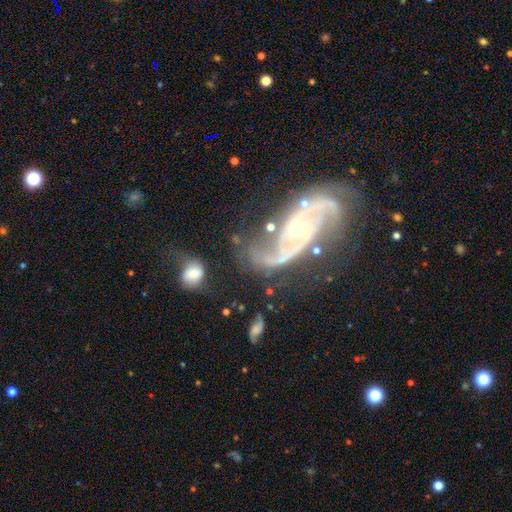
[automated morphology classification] Smooth or featured: featured or disk — 87% (star or artifact — 8%)
Edge-on disk: no — 95% (yes — 5%)
Bar: no — 53% (weak — 31%)
Spiral arms: yes — 96% (no — 4%)
Spiral winding: medium — 45% (loose — 32%)
Spiral arm count: 2 — 68% (3 — 10%)
Bulge size: small — 65% (moderate — 29%)
Merging: none — 56% (minor disturbance — 19%)